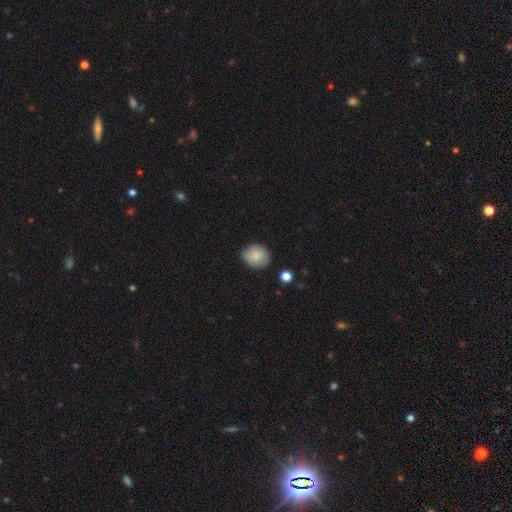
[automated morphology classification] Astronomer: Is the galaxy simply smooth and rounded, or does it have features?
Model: smooth — 82%.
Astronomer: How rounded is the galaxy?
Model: round — 65%.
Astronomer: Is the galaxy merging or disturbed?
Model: none — 81%.